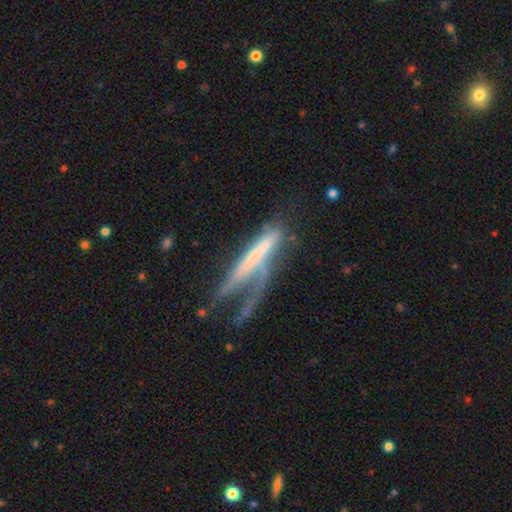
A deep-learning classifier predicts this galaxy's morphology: featured or disk 61%, smooth 32%, star or artifact 8%. Down the decision tree: edge-on disk — yes (52%); merging — major disturbance (44%).